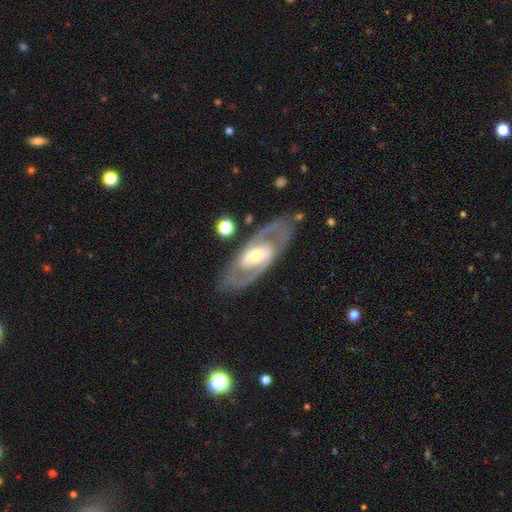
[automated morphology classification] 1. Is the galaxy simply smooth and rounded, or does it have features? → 84% featured or disk, 11% smooth, 5% star or artifact.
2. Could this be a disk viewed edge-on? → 91% no, 9% yes.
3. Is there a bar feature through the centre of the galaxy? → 38% strong (tied), 38% weak (tied), 24% no.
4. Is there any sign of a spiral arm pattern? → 83% yes, 17% no.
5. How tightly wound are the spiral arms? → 50% medium, 34% tight, 17% loose.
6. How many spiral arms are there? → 86% 2, 8% can't tell, 3% 1, 2% 3, 1% 4, 1% more than 4.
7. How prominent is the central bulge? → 61% moderate, 25% small, 11% large, 1% dominant, 1% none.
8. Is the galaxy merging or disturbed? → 80% none, 13% minor disturbance, 6% major disturbance, 2% merger.